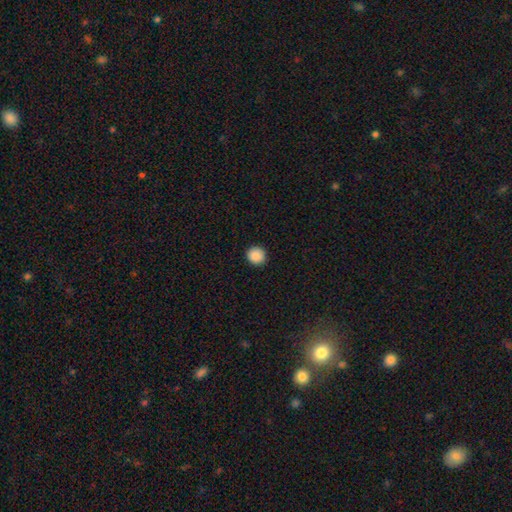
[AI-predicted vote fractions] This is clearly a smooth galaxy (89%). How rounded: clearly round (94%). Merging: clearly none (92%).